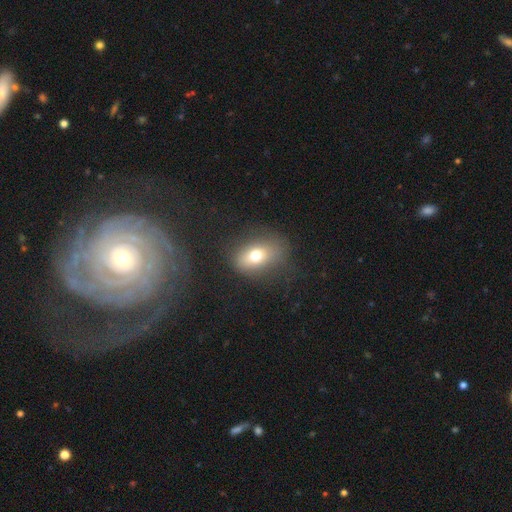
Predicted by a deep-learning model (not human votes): Q: Smooth or featured?
A: smooth (70%); runner-up: featured or disk (18%)
Q: How rounded?
A: in between (75%); runner-up: round (23%)
Q: Merging?
A: none (64%); runner-up: minor disturbance (20%)